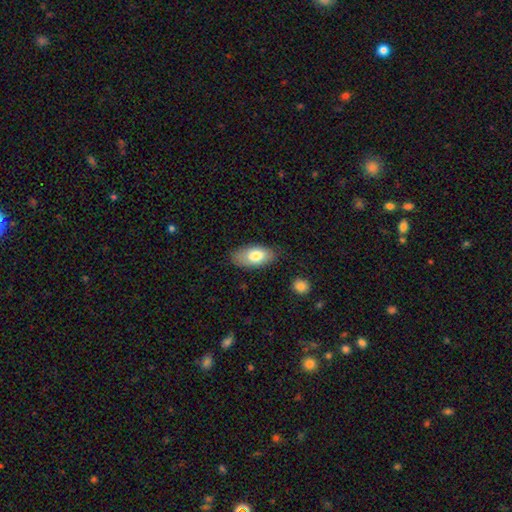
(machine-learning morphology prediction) Q: Smooth or featured?
A: smooth (77%); runner-up: featured or disk (17%)
Q: How rounded?
A: in between (92%); runner-up: cigar-shaped (5%)
Q: Merging?
A: none (79%); runner-up: minor disturbance (16%)